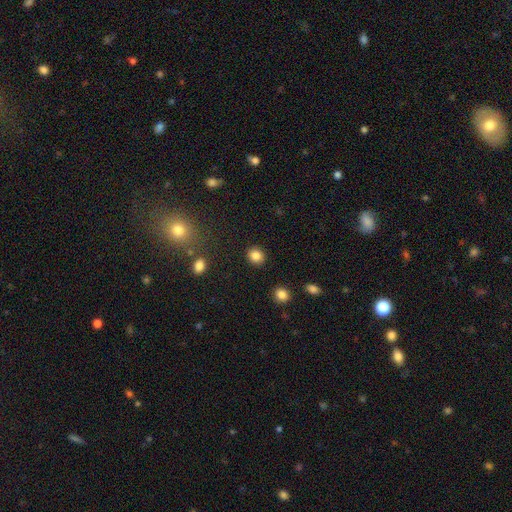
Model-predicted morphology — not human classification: A smooth galaxy with no disk features (85%) that is round (80%). Merging: none (90%).